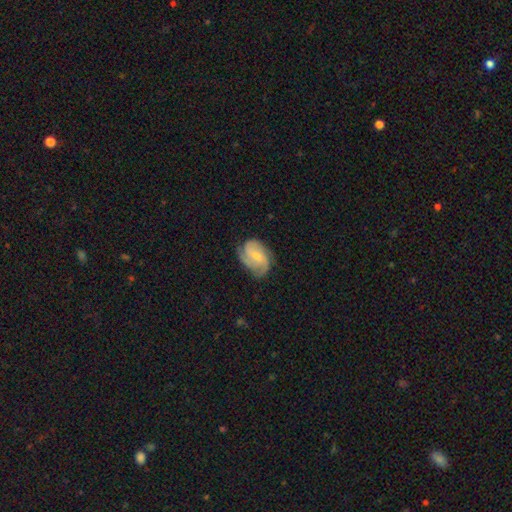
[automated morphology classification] Smooth or featured?
  - featured or disk: 76% *
  - smooth: 18%
  - star or artifact: 6%
Edge-on disk?
  - no: 98% *
  - yes: 2%
Bar?
  - no: 47% *
  - weak: 42%
  - strong: 11%
Spiral arms?
  - yes: 95% *
  - no: 5%
Spiral winding?
  - medium: 45% *
  - tight: 36%
  - loose: 18%
Spiral arm count?
  - 3: 42% *
  - 2: 29%
  - can't tell: 14%
  - 4: 7%
  - 1: 4%
  - more than 4: 4%
Bulge size?
  - small: 62% *
  - moderate: 32%
  - none: 3%
  - large: 1%
  - dominant: 1%
Merging?
  - none: 64% *
  - minor disturbance: 25%
  - major disturbance: 9%
  - merger: 1%